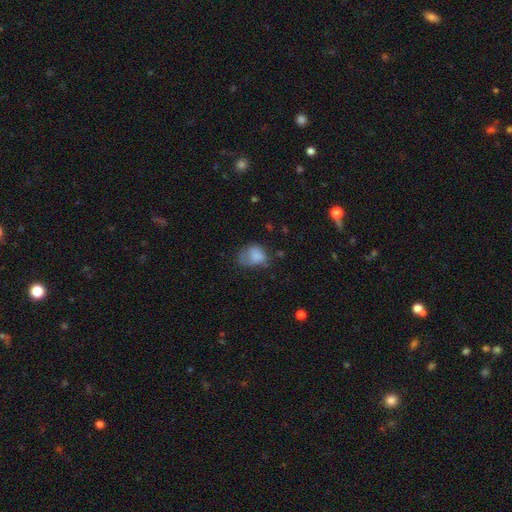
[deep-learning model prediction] This appears to be a smooth galaxy with no disk features (77%) that is in between round and cigar-shaped (59%). Merging: none (33%, tied with minor disturbance).